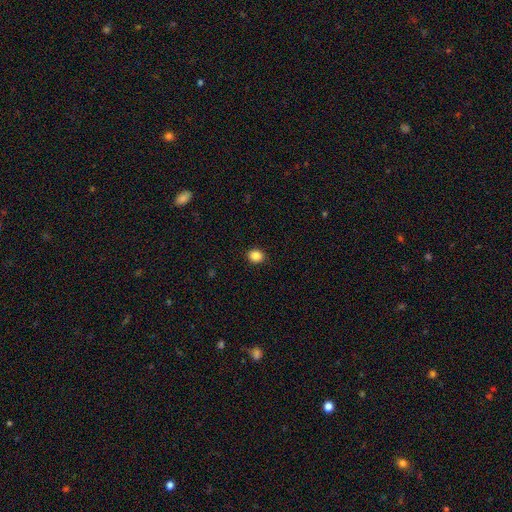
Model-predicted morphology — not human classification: smooth-or-featured: smooth: 86% | star or artifact: 10% | featured or disk: 4%
  how-rounded: round: 67% | in between: 32% | cigar-shaped: 1%
  merging: none: 91% | minor disturbance: 6% | major disturbance: 2% | merger: 1%